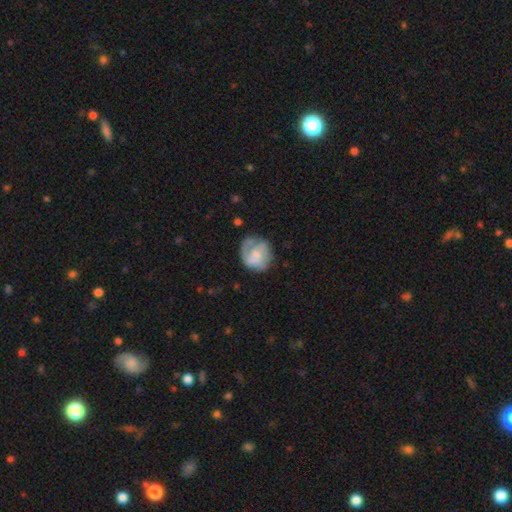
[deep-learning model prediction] Overall: featured or disk (47%; smooth 46%). Merging: none (57%; minor disturbance 25%).